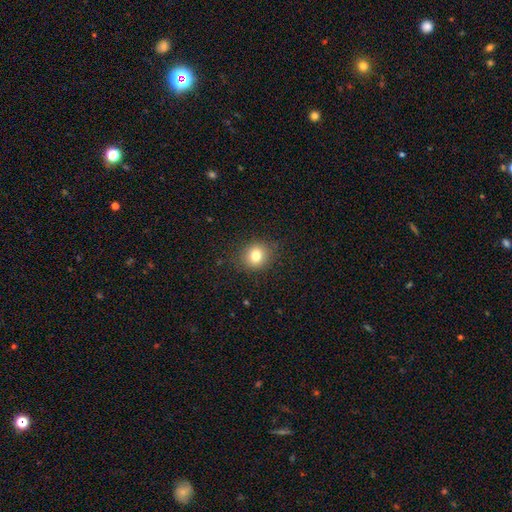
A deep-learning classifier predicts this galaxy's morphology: The model was most divided on "how rounded": round: 81%, in between: 18%, cigar-shaped: 1%. More confident: merging — none (87%); smooth or featured — smooth (79%).